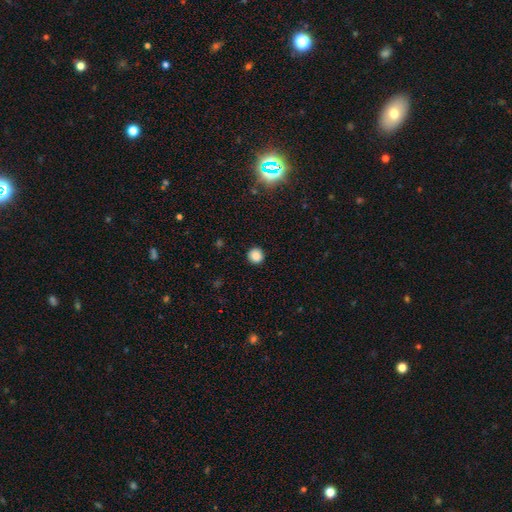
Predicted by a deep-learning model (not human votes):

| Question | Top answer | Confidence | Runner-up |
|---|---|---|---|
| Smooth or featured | smooth | 86% | star or artifact (11%) |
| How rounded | round | 95% | in between (4%) |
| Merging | none | 92% | minor disturbance (5%) |